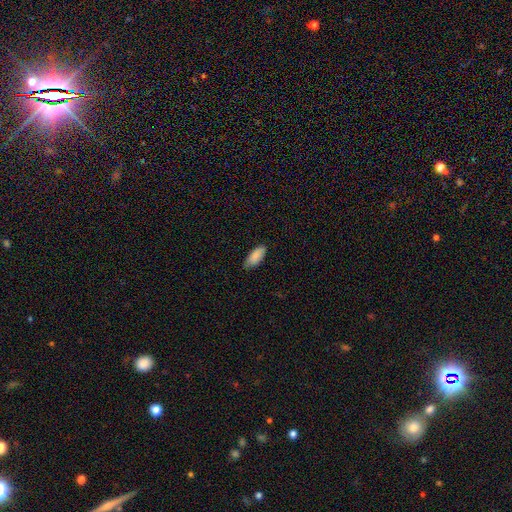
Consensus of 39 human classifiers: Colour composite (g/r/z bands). It shows a smooth galaxy with no disk features (82%) that is in between round and cigar-shaped (81%). Merging: none (83%).